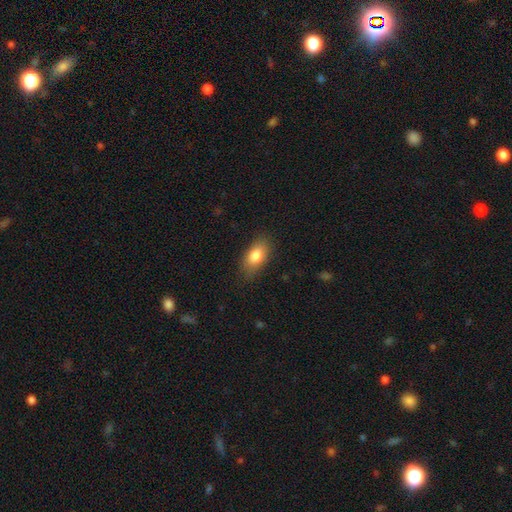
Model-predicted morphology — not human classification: Smooth or featured? Predicted: smooth (p=0.83). How rounded? Predicted: in between (p=0.88). Merging? Predicted: none (p=0.81).